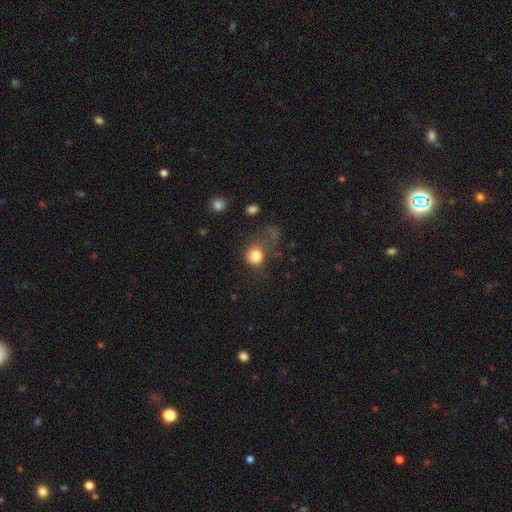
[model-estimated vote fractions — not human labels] smooth 80%, star or artifact 10%, featured or disk 10%. Down the decision tree: how rounded — round (76%); merging — major disturbance (38%).